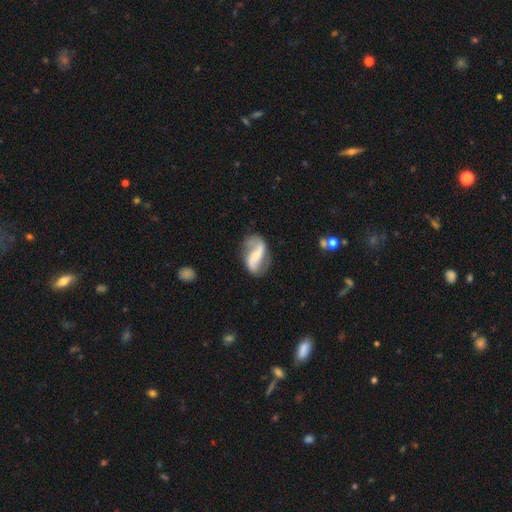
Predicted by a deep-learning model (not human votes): Smooth or featured?
  - featured or disk: 80% *
  - smooth: 14%
  - star or artifact: 5%
Edge-on disk?
  - no: 97% *
  - yes: 3%
Bar?
  - strong: 43% *
  - weak: 31%
  - no: 26%
Spiral arms?
  - yes: 92% *
  - no: 8%
Spiral winding?
  - loose: 67% *
  - medium: 25%
  - tight: 8%
Spiral arm count?
  - 2: 90% *
  - 1: 4%
  - can't tell: 3%
  - 3: 1%
  - 4: 1%
  - more than 4: 1%
Bulge size?
  - small: 48% *
  - moderate: 29%
  - none: 16%
  - large: 5%
  - dominant: 2%
Merging?
  - none: 68% *
  - minor disturbance: 19%
  - major disturbance: 10%
  - merger: 3%